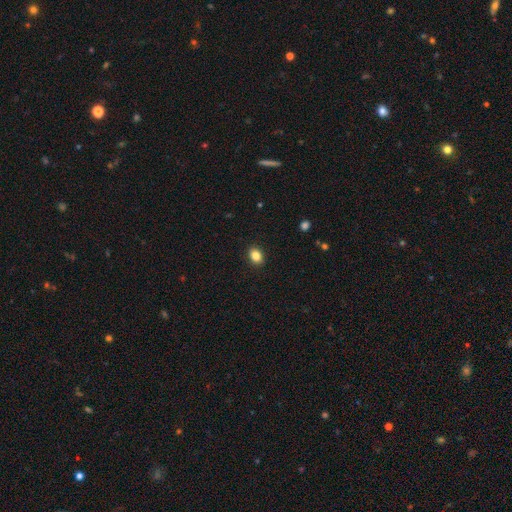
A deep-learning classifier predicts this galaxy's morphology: Overall: smooth (85%). How rounded: in between (67%; round 32%). Merging: none (90%).